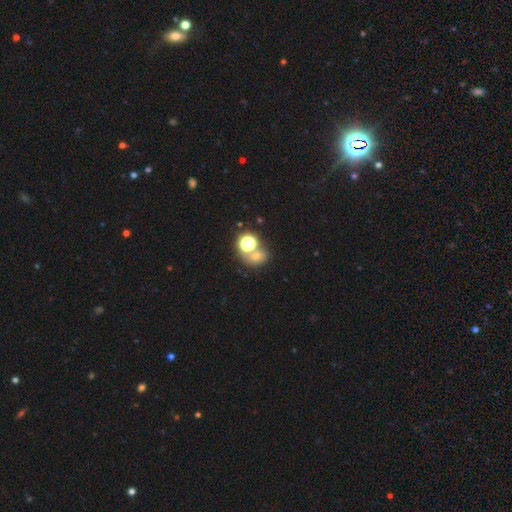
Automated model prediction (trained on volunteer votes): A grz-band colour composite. It shows a smooth galaxy with no disk features (51%) that is round (66%). Merging: none (53%).